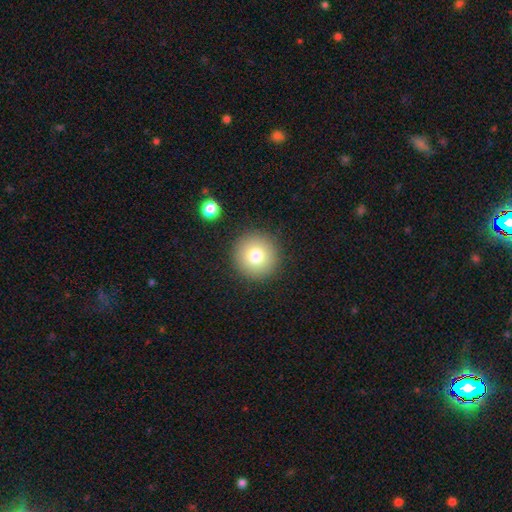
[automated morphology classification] Smooth or featured?
  - smooth: 78% *
  - star or artifact: 11%
  - featured or disk: 11%
How rounded?
  - round: 96% *
  - in between: 3%
  - cigar-shaped: 1%
Merging?
  - none: 91% *
  - minor disturbance: 5%
  - major disturbance: 2%
  - merger: 2%